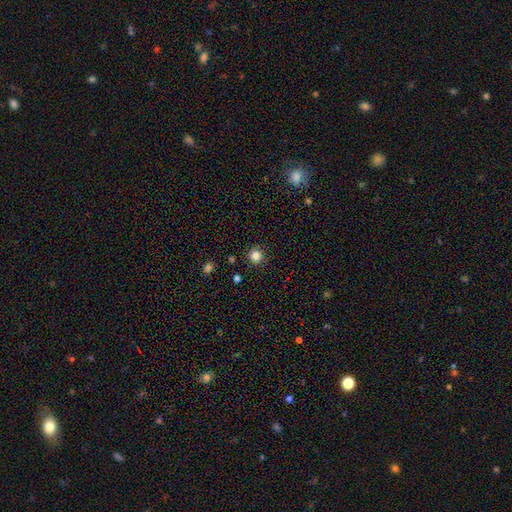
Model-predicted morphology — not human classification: type=smooth (83%); roundness=round (96%); merging=none (92%).